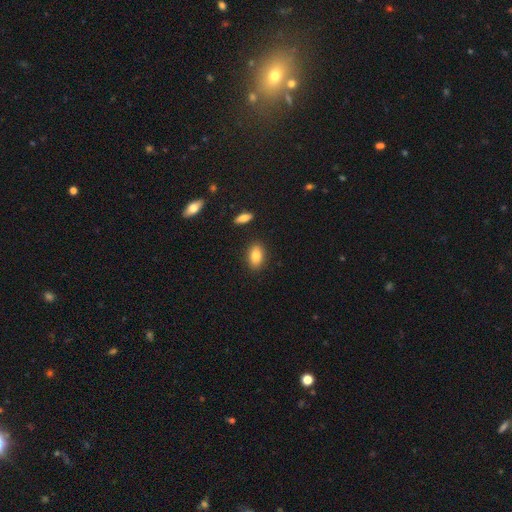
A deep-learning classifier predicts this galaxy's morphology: Q: Smooth or featured?
A: smooth (84%); runner-up: featured or disk (8%)
Q: How rounded?
A: in between (88%); runner-up: round (8%)
Q: Merging?
A: none (87%); runner-up: minor disturbance (9%)